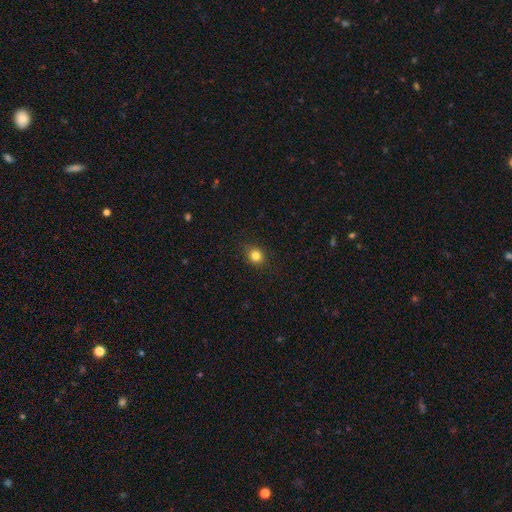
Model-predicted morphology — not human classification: This is clearly a smooth galaxy (82%). How rounded: likely round (73%). Merging: clearly none (85%).